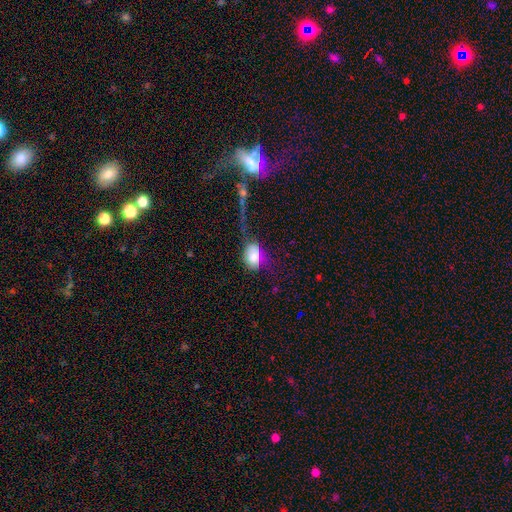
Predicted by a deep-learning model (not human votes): smooth_or_featured: smooth (p=0.75) [alt: featured or disk p=0.15]
how_rounded: in between (p=0.80) [alt: round p=0.18]
merging: major disturbance (p=0.33) [alt: none p=0.32]